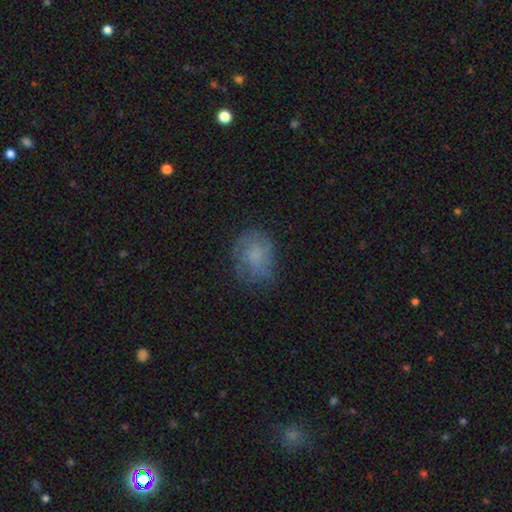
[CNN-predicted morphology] The model was most divided on "how rounded": in between: 51%, round: 48%, cigar-shaped: 1%. More confident: merging — none (60%); smooth or featured — smooth (56%).